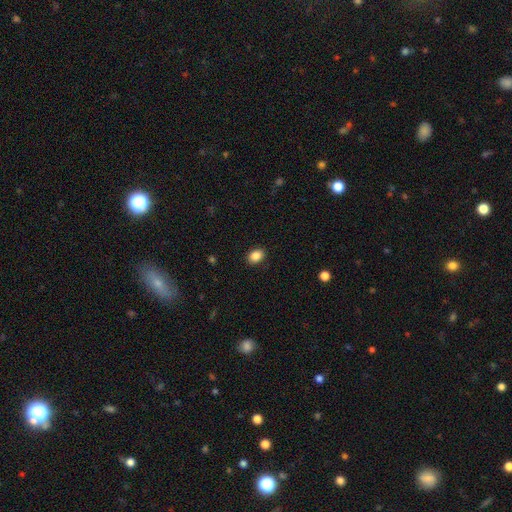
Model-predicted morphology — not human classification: smooth 87%, star or artifact 9%, featured or disk 4%. Down the decision tree: how rounded — in between (75%); merging — none (89%).